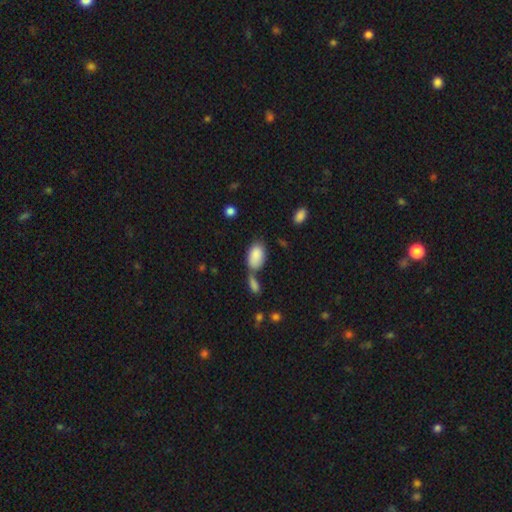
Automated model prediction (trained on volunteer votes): Smooth or featured: smooth — 87% (featured or disk — 6%)
How rounded: in between — 94% (round — 4%)
Merging: none — 44% (merger — 34%)